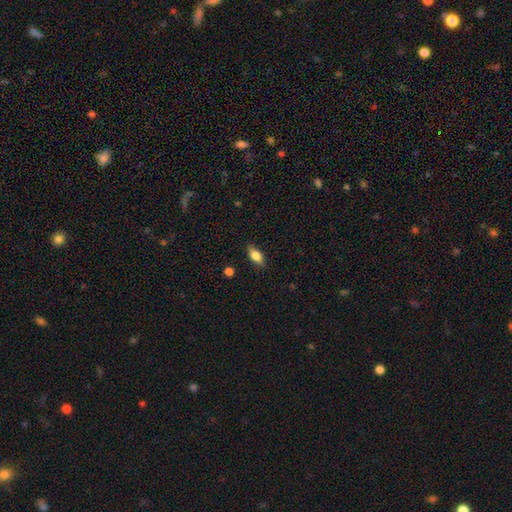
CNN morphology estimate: smooth_or_featured: smooth (p=0.79) [alt: featured or disk p=0.14]
how_rounded: in between (p=0.84) [alt: cigar-shaped p=0.13]
merging: none (p=0.85) [alt: minor disturbance p=0.11]